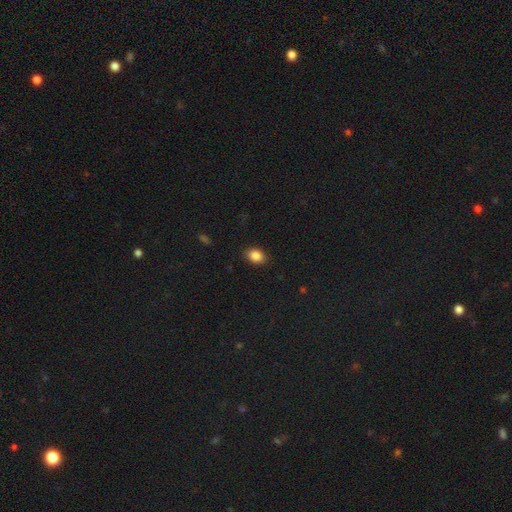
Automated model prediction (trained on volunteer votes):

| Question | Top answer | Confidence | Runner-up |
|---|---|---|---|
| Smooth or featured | smooth | 87% | star or artifact (9%) |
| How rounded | in between | 72% | round (27%) |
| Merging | none | 88% | minor disturbance (9%) |